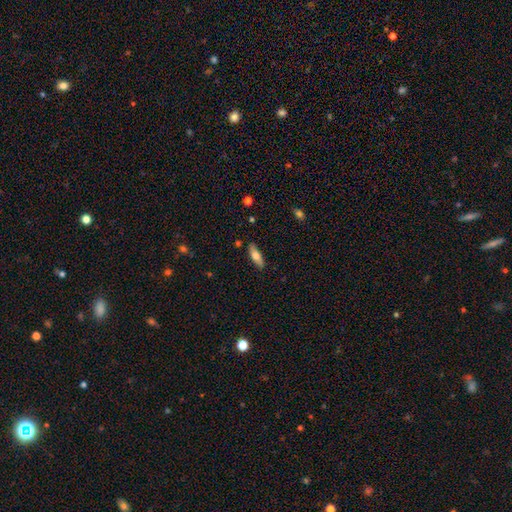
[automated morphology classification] smooth-or-featured: smooth: 67% | featured or disk: 27% | star or artifact: 6%
  how-rounded: in between: 55% | cigar-shaped: 43% | round: 2%
  merging: none: 84% | minor disturbance: 12% | major disturbance: 2% | merger: 2%